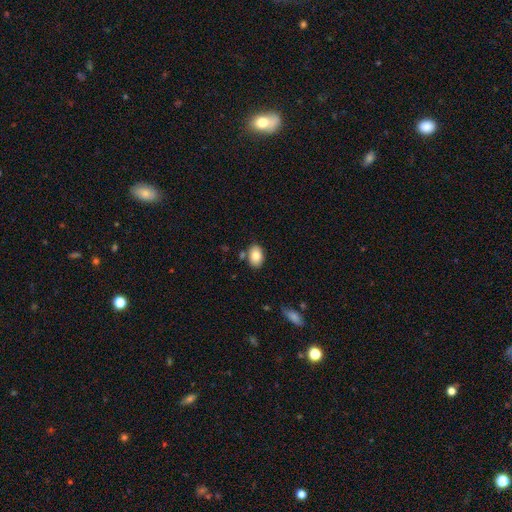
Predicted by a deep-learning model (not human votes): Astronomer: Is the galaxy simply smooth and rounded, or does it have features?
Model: smooth — 82%.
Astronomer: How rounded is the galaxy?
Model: in between — 84%.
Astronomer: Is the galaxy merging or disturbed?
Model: none — 80%.